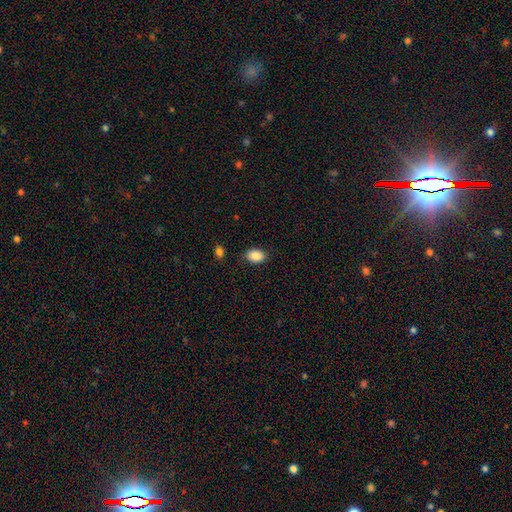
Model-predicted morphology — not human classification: smooth-or-featured: smooth: 88% | star or artifact: 8% | featured or disk: 4%
  how-rounded: in between: 82% | round: 17% | cigar-shaped: 1%
  merging: none: 84% | minor disturbance: 11% | major disturbance: 3% | merger: 2%